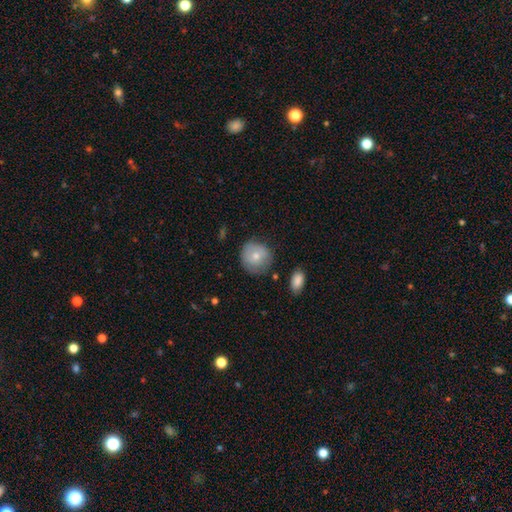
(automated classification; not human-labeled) smooth_or_featured: smooth (p=0.70) [alt: featured or disk p=0.23]
how_rounded: round (p=0.89) [alt: in between p=0.10]
merging: none (p=0.69) [alt: minor disturbance p=0.22]